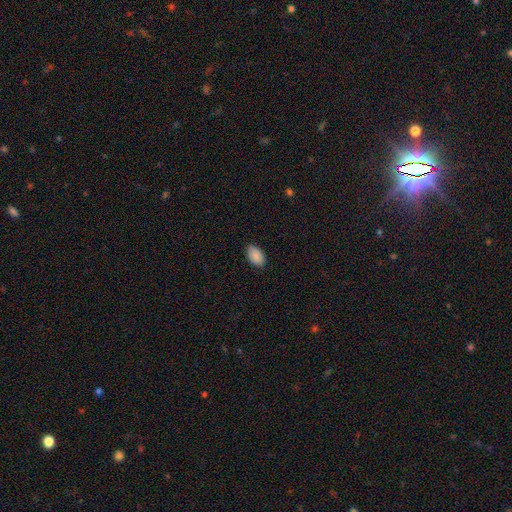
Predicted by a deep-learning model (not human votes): The model was most divided on "merging": none: 85%, minor disturbance: 11%, major disturbance: 2%, merger: 1%. More confident: how rounded — in between (91%); smooth or featured — smooth (90%).